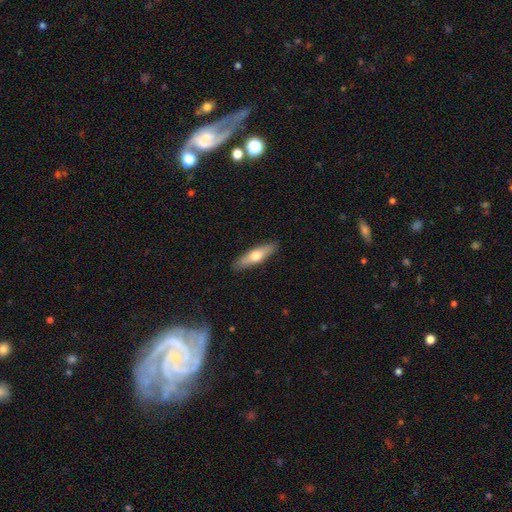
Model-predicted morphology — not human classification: Smooth or featured?
  - smooth: 57% *
  - featured or disk: 37%
  - star or artifact: 5%
How rounded?
  - cigar-shaped: 66% *
  - in between: 32%
  - round: 2%
Merging?
  - none: 89% *
  - minor disturbance: 8%
  - major disturbance: 2%
  - merger: 1%